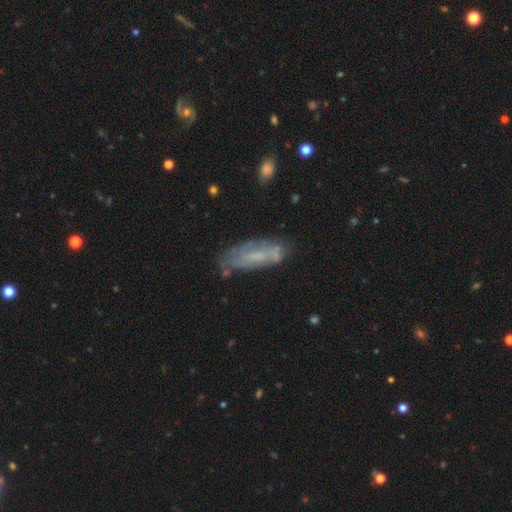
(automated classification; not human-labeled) featured or disk 46%, smooth 45%, star or artifact 9%. Down the decision tree: merging — none (58%).